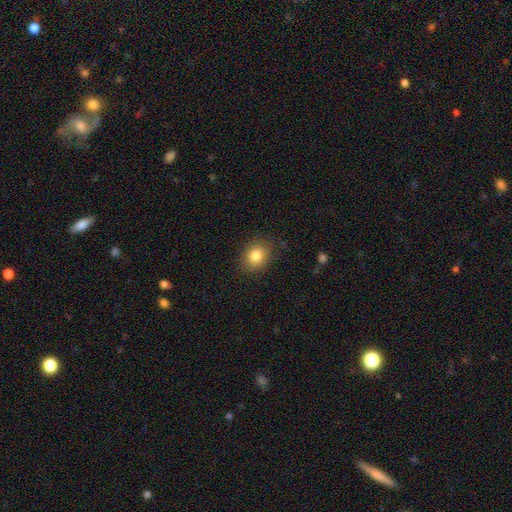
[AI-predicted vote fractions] Morphology: type=smooth (83%); roundness=round (56%); merging=none (86%).